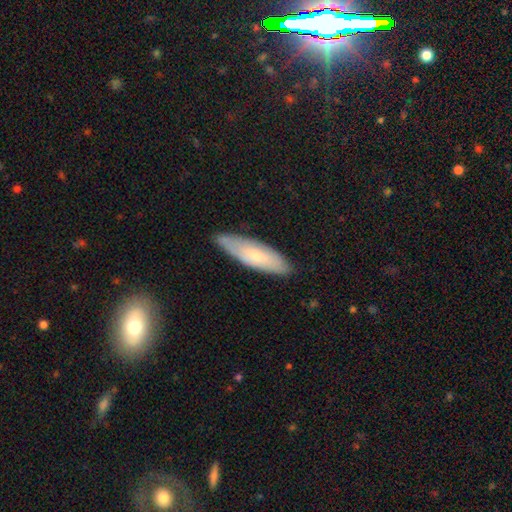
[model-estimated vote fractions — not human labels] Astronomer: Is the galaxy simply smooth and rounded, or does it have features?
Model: smooth — 59% (runner-up: featured or disk, 35%).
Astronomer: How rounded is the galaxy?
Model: cigar-shaped — 54% (runner-up: in between, 44%).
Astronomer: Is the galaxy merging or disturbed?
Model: none — 78%.